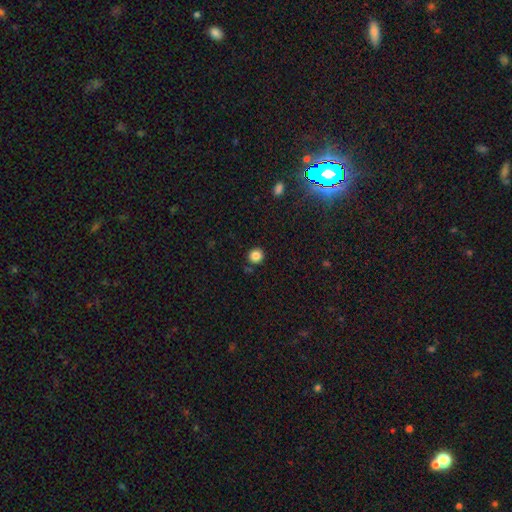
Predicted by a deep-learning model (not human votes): smooth-or-featured: smooth: 84% | star or artifact: 12% | featured or disk: 4%
  how-rounded: round: 93% | in between: 6% | cigar-shaped: 1%
  merging: none: 88% | minor disturbance: 7% | merger: 3% | major disturbance: 2%